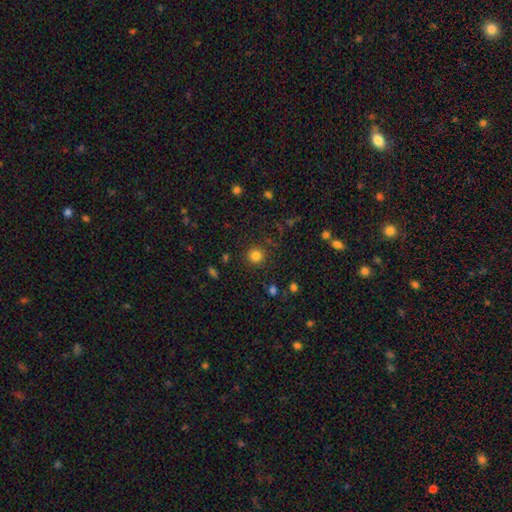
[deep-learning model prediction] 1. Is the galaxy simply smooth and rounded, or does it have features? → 82% smooth, 14% star or artifact, 5% featured or disk.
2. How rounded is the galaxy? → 94% round, 6% in between, 1% cigar-shaped.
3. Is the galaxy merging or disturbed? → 89% none, 7% minor disturbance, 3% major disturbance, 2% merger.